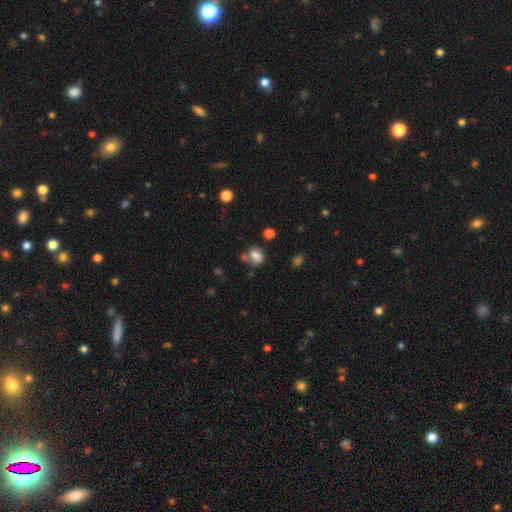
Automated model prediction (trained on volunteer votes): A smooth galaxy with no disk features (80%) that is in between round and cigar-shaped (56%).

Vote fractions:
- Smooth or featured? smooth: 80% / star or artifact: 11% / featured or disk: 9%
- How rounded? in between: 56% / round: 42% / cigar-shaped: 1%
- Merging? none: 55% / merger: 20% / minor disturbance: 18% / major disturbance: 7%